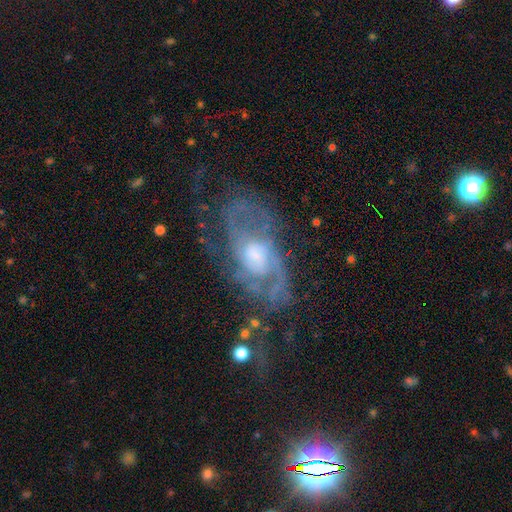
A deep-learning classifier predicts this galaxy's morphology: A featured or disk galaxy (85%) with no bar (59%), 2 (46%) medium (45%) spiral arms (93%) and a moderate central bulge (50%).

Vote fractions:
- Smooth or featured? featured or disk: 85% / smooth: 8% / star or artifact: 6%
- Edge-on disk? no: 95% / yes: 5%
- Bar? no: 59% / weak: 35% / strong: 7%
- Spiral arms? yes: 93% / no: 7%
- Spiral winding? medium: 45% / tight: 37% / loose: 18%
- Spiral arm count? 2: 46% / can't tell: 26% / 3: 12% / 1: 6% / 4: 5% / more than 4: 4%
- Bulge size? moderate: 50% / small: 26% / large: 17% / none: 6% / dominant: 2%
- Merging? none: 60% / minor disturbance: 20% / major disturbance: 18% / merger: 3%